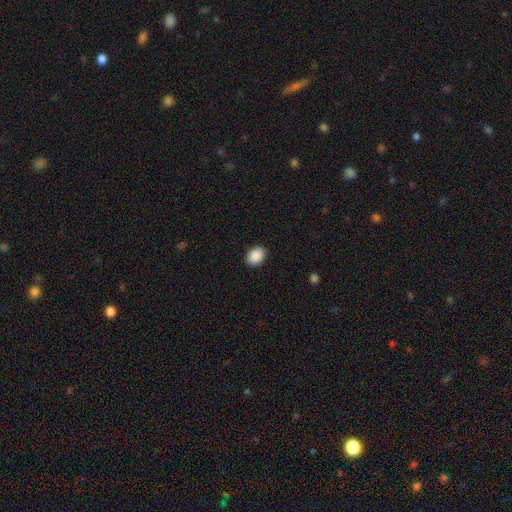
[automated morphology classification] This appears to be a smooth galaxy with no disk features (90%) that is in between round and cigar-shaped (74%). Merging: none (90%).